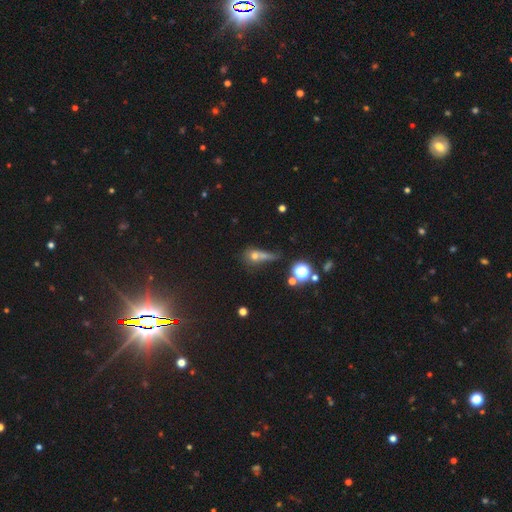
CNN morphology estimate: Smooth or featured? smooth (54%)
How rounded? round (58%)
Merging? none (35%)